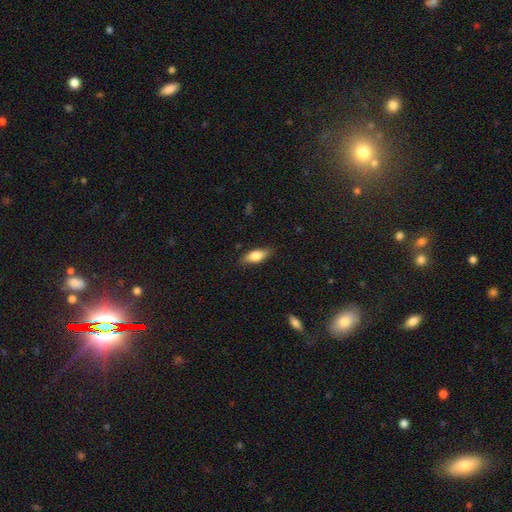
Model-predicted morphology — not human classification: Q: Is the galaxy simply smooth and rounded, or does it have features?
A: smooth — 76%.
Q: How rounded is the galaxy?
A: in between — 75%.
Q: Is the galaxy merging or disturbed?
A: none — 81%.